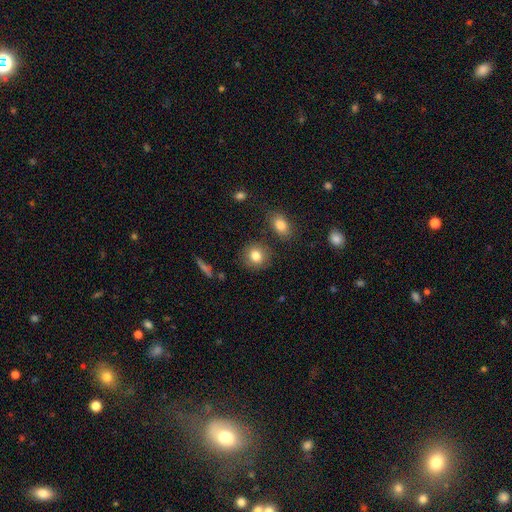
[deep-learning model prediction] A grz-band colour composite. It shows a smooth galaxy with no disk features (82%) that is round (83%). Merging: none (85%).